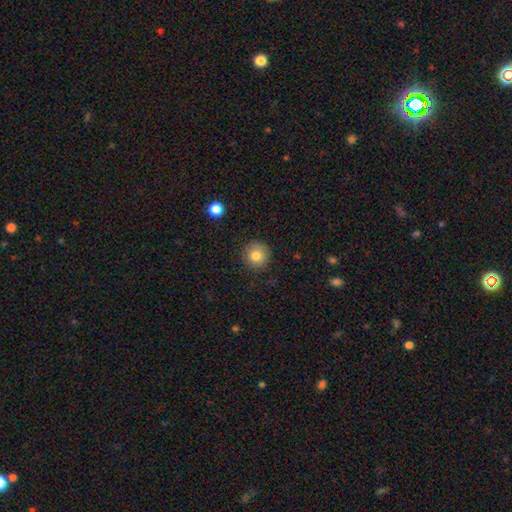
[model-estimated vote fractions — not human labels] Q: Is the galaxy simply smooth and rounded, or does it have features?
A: smooth — 81%.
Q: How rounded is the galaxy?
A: round — 95%.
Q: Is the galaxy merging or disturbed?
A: none — 88%.